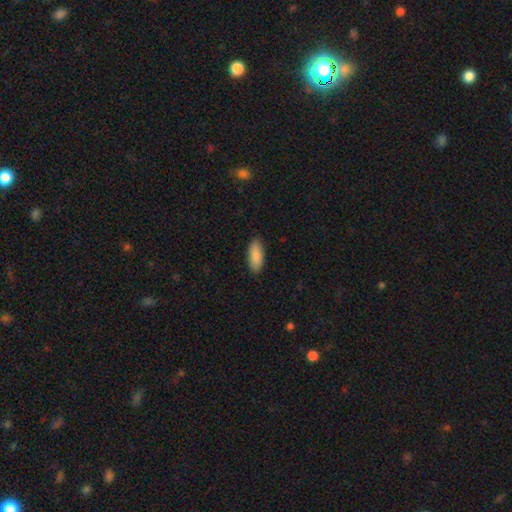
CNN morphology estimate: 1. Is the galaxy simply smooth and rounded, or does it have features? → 88% smooth, 6% featured or disk, 6% star or artifact.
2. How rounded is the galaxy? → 79% in between, 19% cigar-shaped, 2% round.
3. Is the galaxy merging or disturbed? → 88% none, 9% minor disturbance, 2% major disturbance, 1% merger.